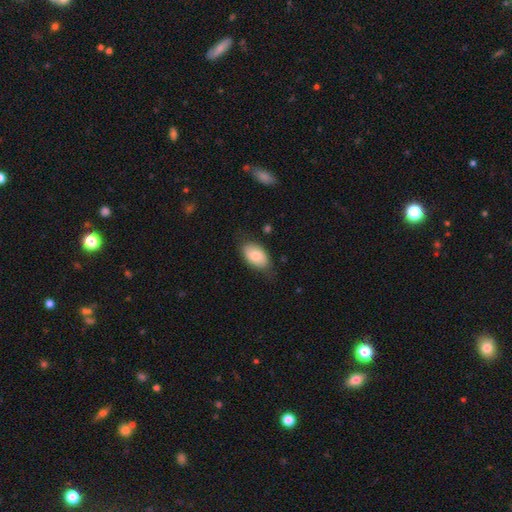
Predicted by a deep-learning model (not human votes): The model was most divided on "merging": none: 75%, minor disturbance: 19%, major disturbance: 5%, merger: 2%. More confident: how rounded — in between (93%); smooth or featured — smooth (78%).